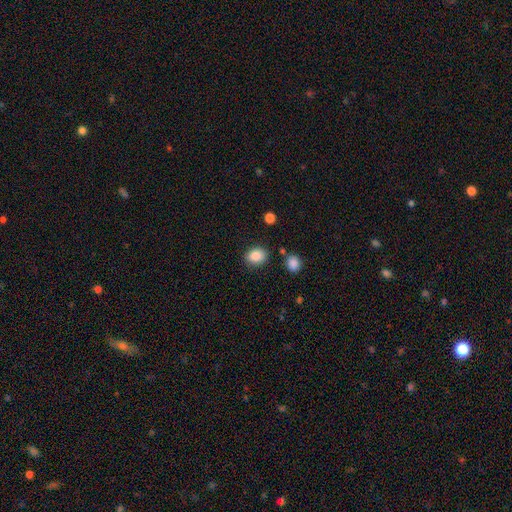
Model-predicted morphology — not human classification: Smooth or featured? smooth (87%)
How rounded? in between (58%)
Merging? none (81%)